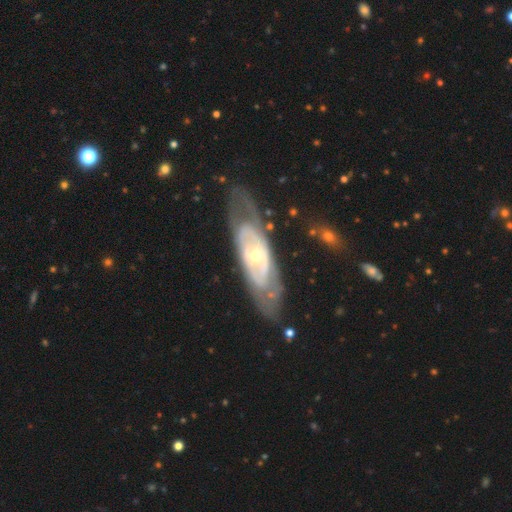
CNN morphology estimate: Smooth or featured? Predicted: featured or disk (p=0.79). Edge-on disk? Predicted: no (p=0.84). Bar? Predicted: no (p=0.69). Spiral arms? Predicted: yes (p=0.53). Bulge size? Predicted: small (p=0.57). Merging? Predicted: none (p=0.71).